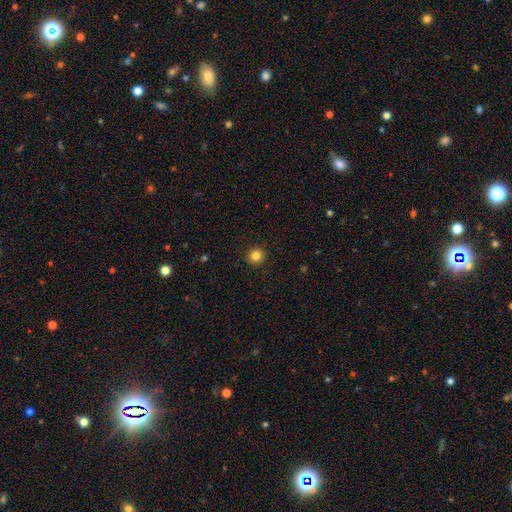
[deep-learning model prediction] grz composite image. It shows a smooth galaxy with no disk features (84%) that is round (94%). Merging: none (93%).